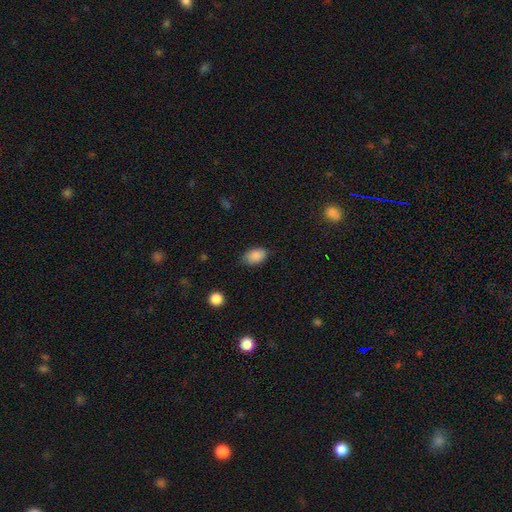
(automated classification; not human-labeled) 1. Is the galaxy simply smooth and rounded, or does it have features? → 88% smooth, 8% star or artifact, 4% featured or disk.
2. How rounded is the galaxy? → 88% in between, 11% round, 1% cigar-shaped.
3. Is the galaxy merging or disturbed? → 80% none, 16% minor disturbance, 3% major disturbance, 1% merger.